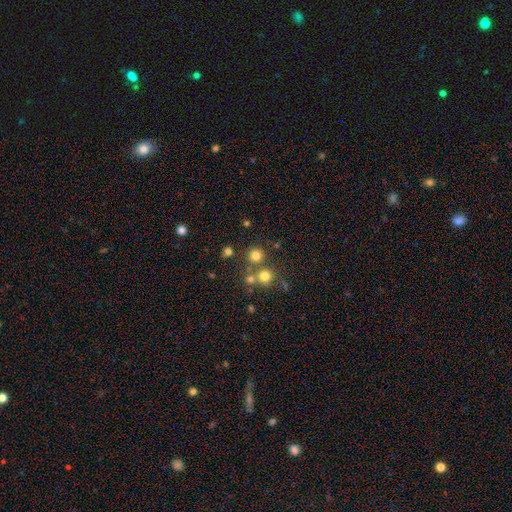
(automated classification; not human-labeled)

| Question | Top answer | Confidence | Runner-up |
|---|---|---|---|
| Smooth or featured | smooth | 75% | star or artifact (17%) |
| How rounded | round | 92% | in between (7%) |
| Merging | none | 73% | merger (16%) |